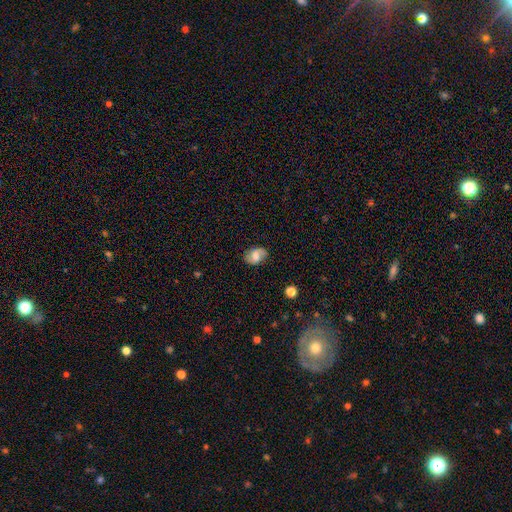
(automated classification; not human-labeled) Morphology: type=smooth (49%); merging=none (80%).